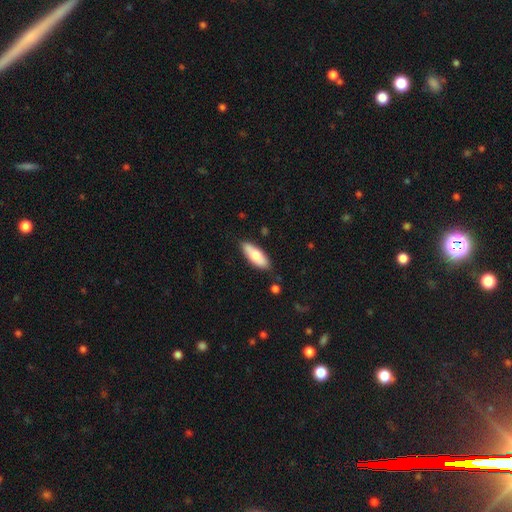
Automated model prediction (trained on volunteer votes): Smooth or featured?
  - smooth: 71% *
  - featured or disk: 23%
  - star or artifact: 6%
How rounded?
  - in between: 74% *
  - cigar-shaped: 24%
  - round: 2%
Merging?
  - none: 82% *
  - minor disturbance: 13%
  - major disturbance: 3%
  - merger: 2%